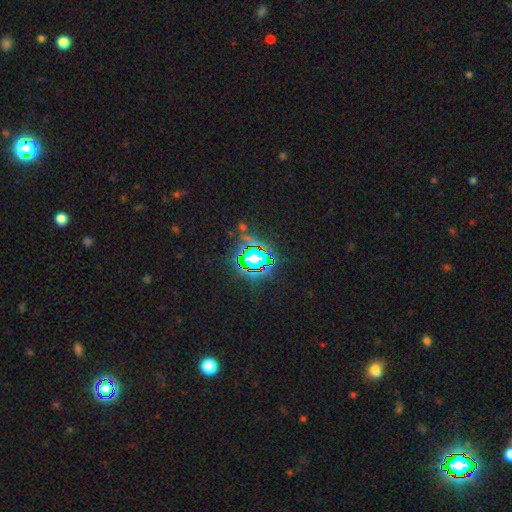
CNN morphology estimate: Q: Smooth or featured?
A: star or artifact (81%); runner-up: smooth (12%)